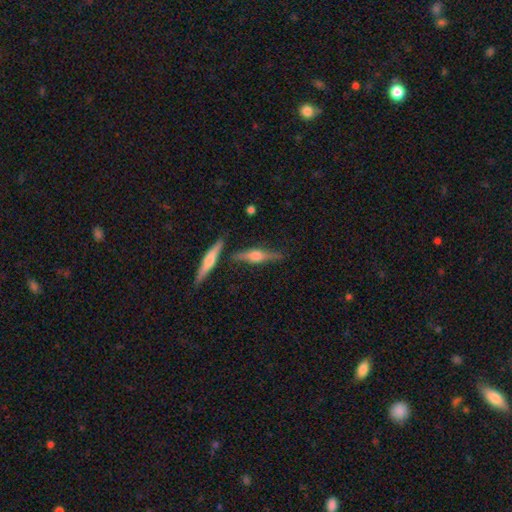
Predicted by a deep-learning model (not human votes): Smooth or featured? Predicted: featured or disk (p=0.74). Edge-on disk? Predicted: yes (p=0.96). Edge-on bulge? Predicted: rounded (p=0.90). Merging? Predicted: none (p=0.77).